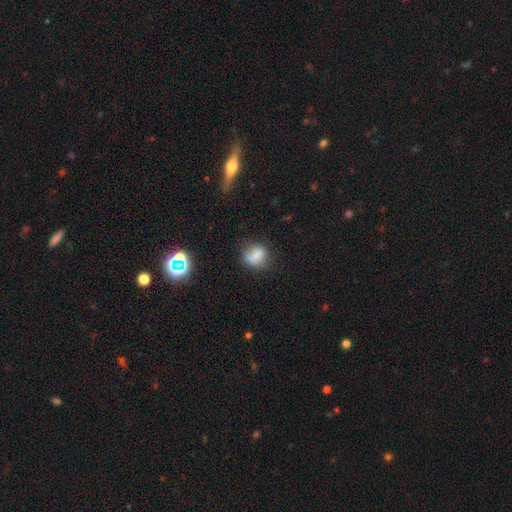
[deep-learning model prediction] This is likely a smooth galaxy (77%). How rounded: possibly round (54%). Merging: possibly none (57%).